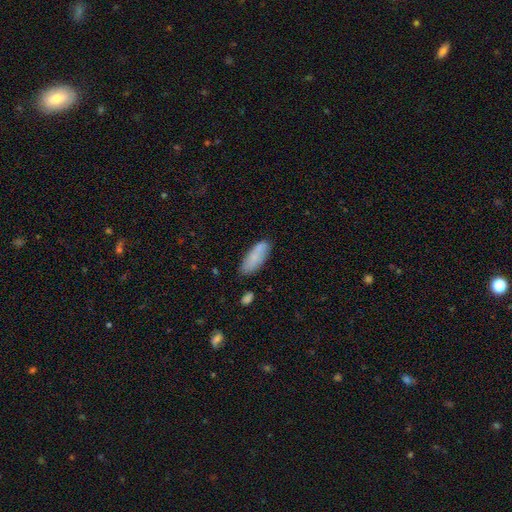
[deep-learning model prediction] smooth-or-featured: smooth: 79% | featured or disk: 15% | star or artifact: 7%
  how-rounded: in between: 68% | cigar-shaped: 30% | round: 2%
  merging: none: 76% | minor disturbance: 17% | major disturbance: 4% | merger: 3%